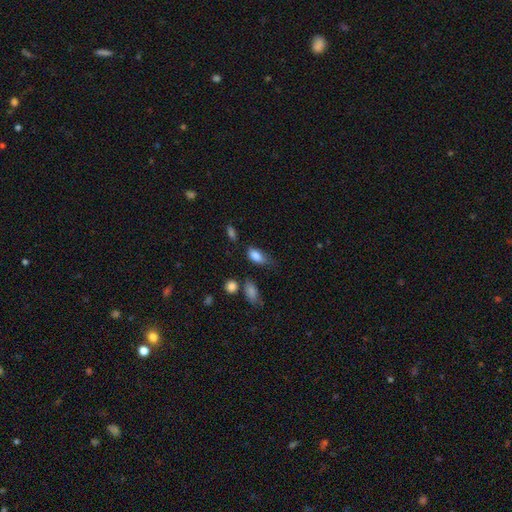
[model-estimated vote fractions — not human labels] A smooth galaxy with no disk features (83%) that is in between round and cigar-shaped (89%). Merging: none (48%).